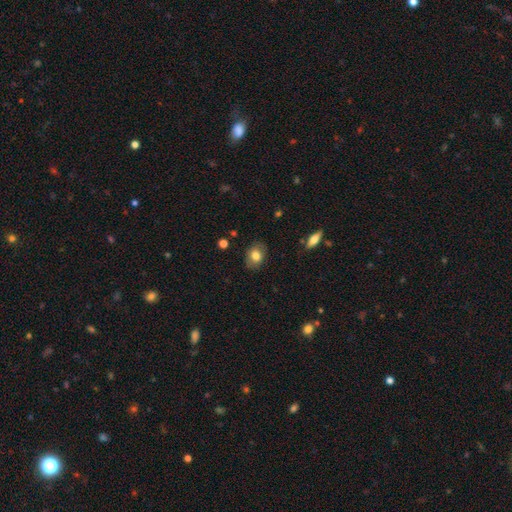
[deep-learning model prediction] smooth 78%, featured or disk 14%, star or artifact 8%. Down the decision tree: how rounded — in between (66%); merging — none (84%).